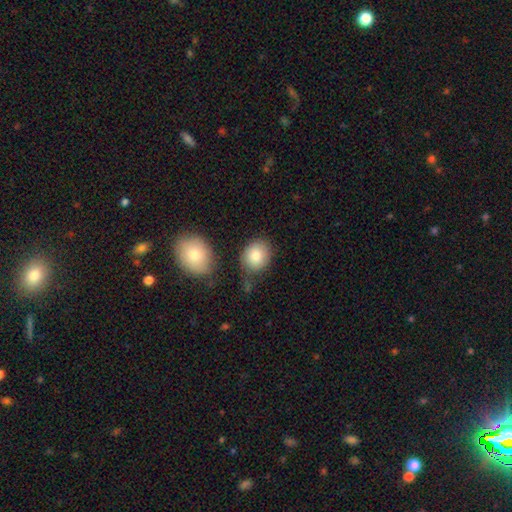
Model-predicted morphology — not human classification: Smooth or featured? Predicted: smooth (p=0.84). How rounded? Predicted: round (p=0.61). Merging? Predicted: none (p=0.69).